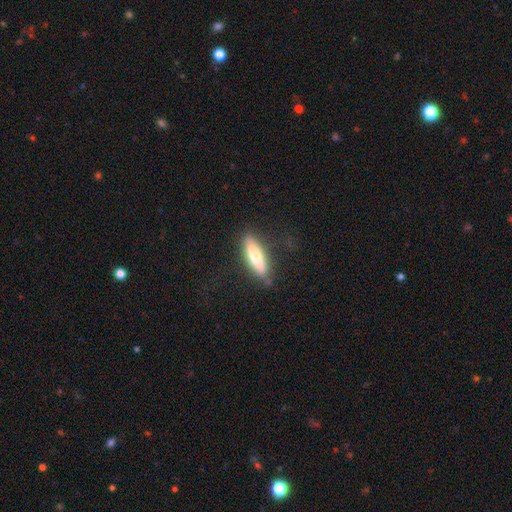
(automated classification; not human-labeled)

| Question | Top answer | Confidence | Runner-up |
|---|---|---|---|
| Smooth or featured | smooth | 62% | featured or disk (32%) |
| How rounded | cigar-shaped | 61% | in between (37%) |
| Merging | none | 80% | minor disturbance (15%) |